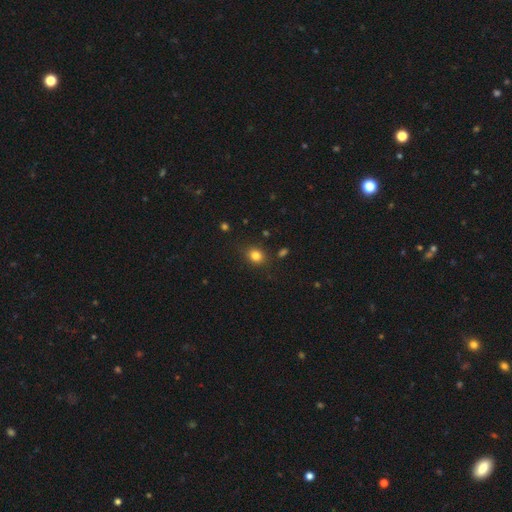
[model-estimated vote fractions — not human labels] Q: Smooth or featured?
A: smooth (81%); runner-up: star or artifact (12%)
Q: How rounded?
A: round (59%); runner-up: in between (40%)
Q: Merging?
A: none (85%); runner-up: minor disturbance (11%)